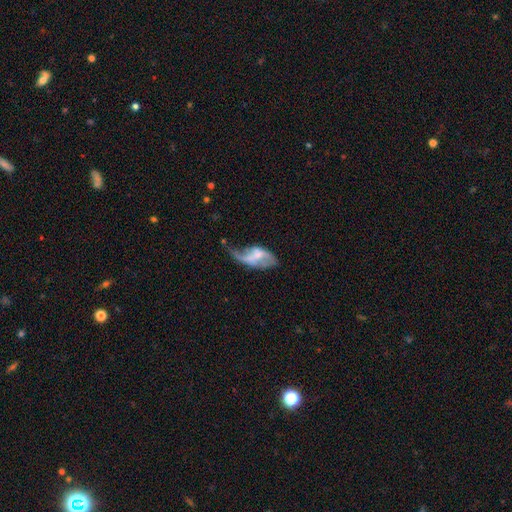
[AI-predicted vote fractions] A featured or disk galaxy (65%) with no bar (50%), spiral arms (72%) and a small central bulge (47%). Merging: major disturbance (43%).